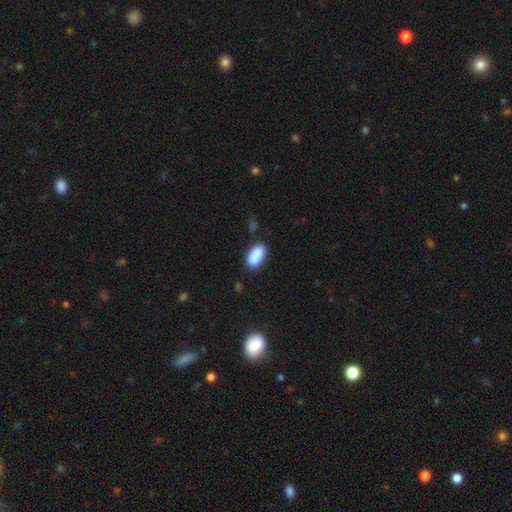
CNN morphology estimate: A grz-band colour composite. It shows a smooth galaxy with no disk features (86%) that is in between round and cigar-shaped (86%). Merging: none (71%).